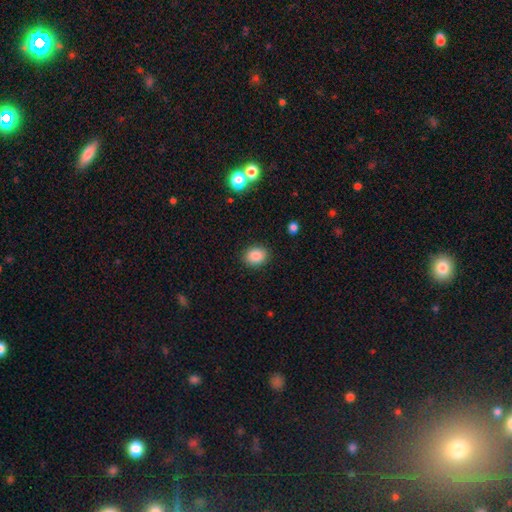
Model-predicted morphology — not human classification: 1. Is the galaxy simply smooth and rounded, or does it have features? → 86% smooth, 9% star or artifact, 5% featured or disk.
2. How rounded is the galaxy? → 51% in between, 48% round, 1% cigar-shaped.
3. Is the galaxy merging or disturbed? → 89% none, 8% minor disturbance, 2% major disturbance, 1% merger.